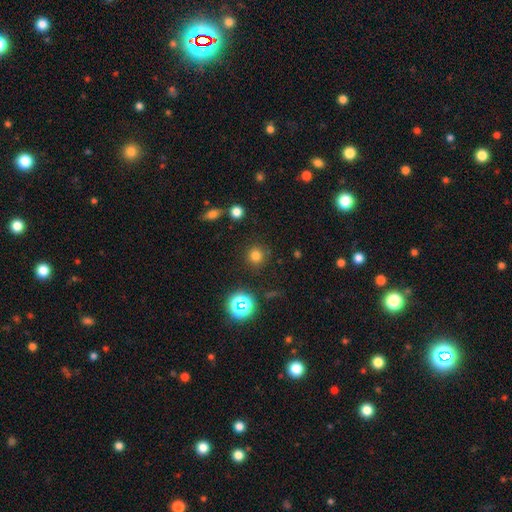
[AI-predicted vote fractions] Smooth or featured: smooth — 74% (star or artifact — 20%)
How rounded: round — 93% (in between — 6%)
Merging: none — 87% (minor disturbance — 7%)